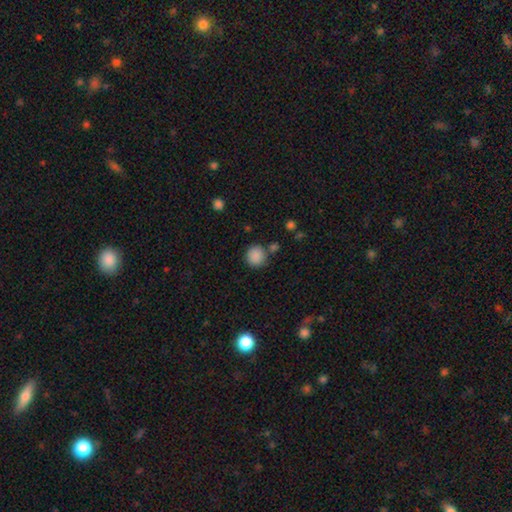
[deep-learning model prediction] Q: Smooth or featured?
A: smooth (87%); runner-up: star or artifact (10%)
Q: How rounded?
A: round (91%); runner-up: in between (8%)
Q: Merging?
A: none (77%); runner-up: minor disturbance (11%)